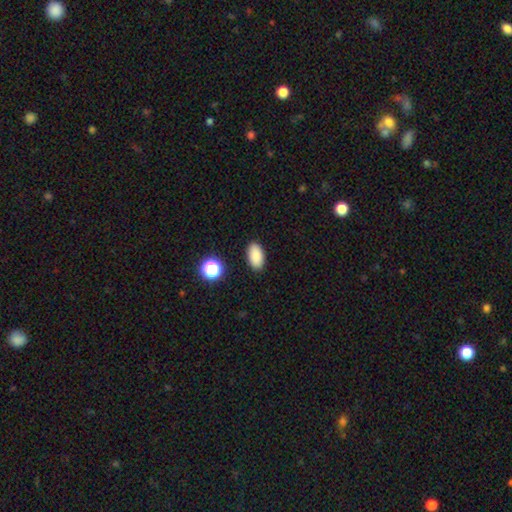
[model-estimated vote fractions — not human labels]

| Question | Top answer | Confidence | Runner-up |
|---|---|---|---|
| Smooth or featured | smooth | 87% | star or artifact (9%) |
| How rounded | in between | 93% | round (5%) |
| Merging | none | 89% | minor disturbance (8%) |